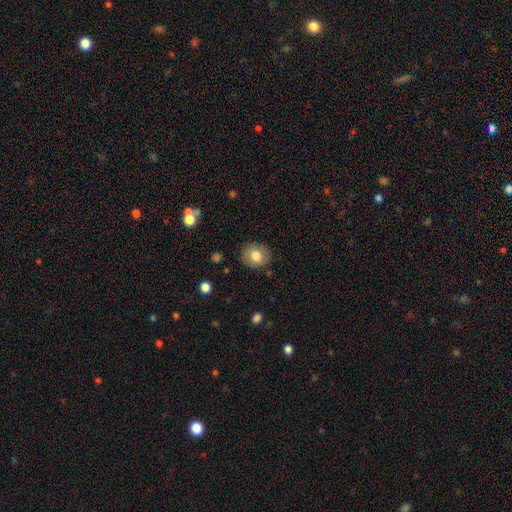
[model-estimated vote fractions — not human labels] Morphology: type=smooth (79%); roundness=round (71%); merging=none (86%).